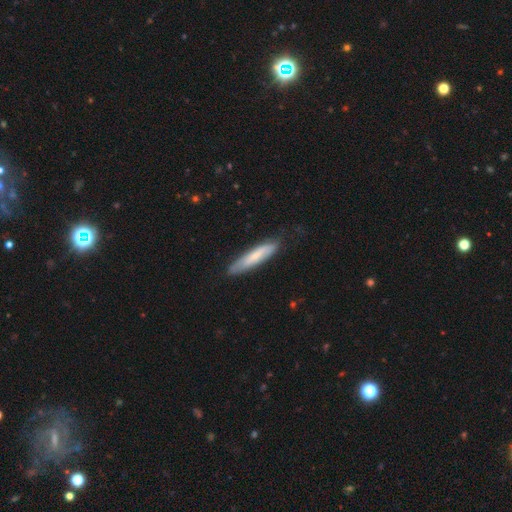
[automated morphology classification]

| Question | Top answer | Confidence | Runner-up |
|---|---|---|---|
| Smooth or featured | smooth | 59% | featured or disk (35%) |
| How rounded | cigar-shaped | 83% | in between (16%) |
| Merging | none | 79% | minor disturbance (17%) |